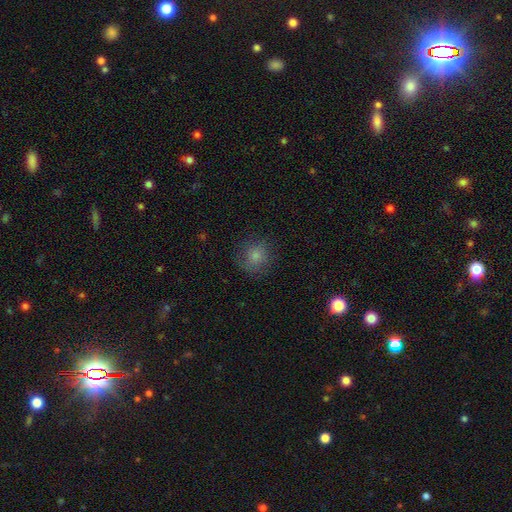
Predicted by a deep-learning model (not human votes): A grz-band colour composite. It shows a smooth galaxy with no disk features (80%) that is round (86%). Merging: none (77%).